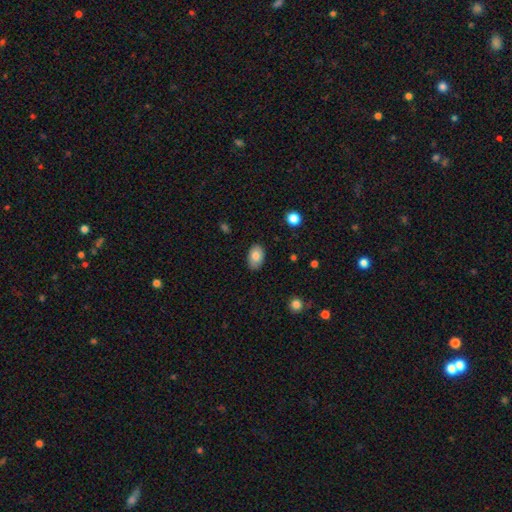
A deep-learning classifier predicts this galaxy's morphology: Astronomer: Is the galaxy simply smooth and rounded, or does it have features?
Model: smooth — 81%.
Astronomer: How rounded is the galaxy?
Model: in between — 88%.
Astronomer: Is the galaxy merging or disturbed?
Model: none — 84%.